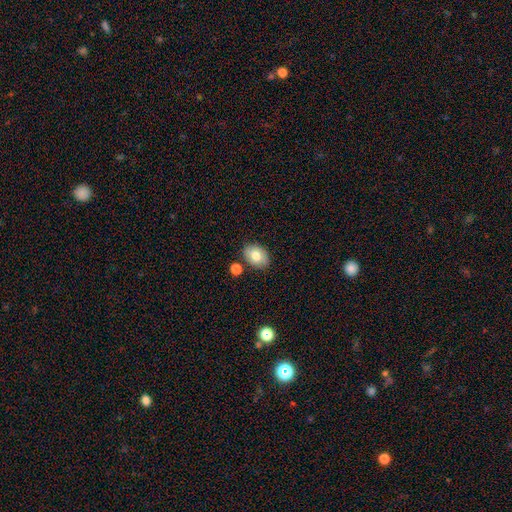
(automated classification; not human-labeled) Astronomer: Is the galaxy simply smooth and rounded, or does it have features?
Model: smooth — 76%.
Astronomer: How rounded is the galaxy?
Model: in between — 75%.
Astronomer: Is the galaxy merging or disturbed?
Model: none — 80%.